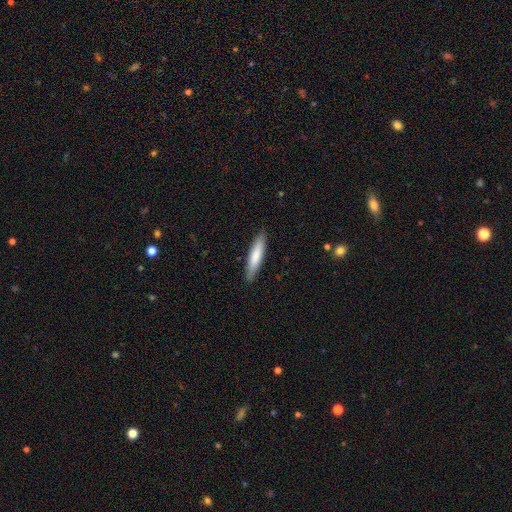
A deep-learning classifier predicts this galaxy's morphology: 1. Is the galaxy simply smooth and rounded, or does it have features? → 76% smooth, 19% featured or disk, 5% star or artifact.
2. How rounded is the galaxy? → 84% cigar-shaped, 15% in between, 1% round.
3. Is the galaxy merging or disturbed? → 87% none, 10% minor disturbance, 2% major disturbance, 1% merger.